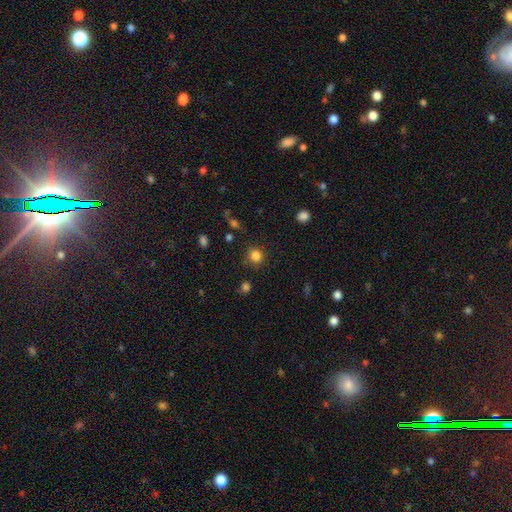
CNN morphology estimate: smooth_or_featured: smooth (p=0.84) [alt: star or artifact p=0.12]
how_rounded: round (p=0.90) [alt: in between p=0.09]
merging: none (p=0.84) [alt: minor disturbance p=0.10]